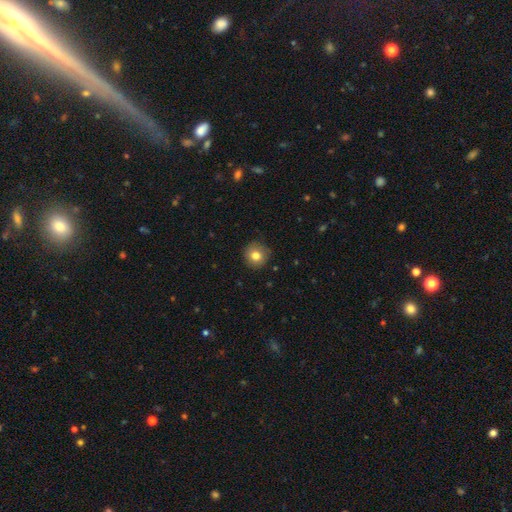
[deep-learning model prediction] The model was most divided on "smooth or featured": smooth: 80%, featured or disk: 10%, star or artifact: 10%. More confident: how rounded — round (93%); merging — none (87%).